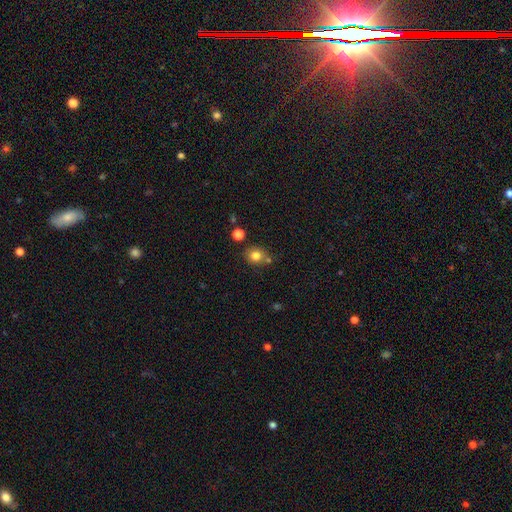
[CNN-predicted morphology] The model was most divided on "merging": none: 70%, merger: 13%, minor disturbance: 13%, major disturbance: 4%. More confident: smooth or featured — smooth (80%); how rounded — round (80%).